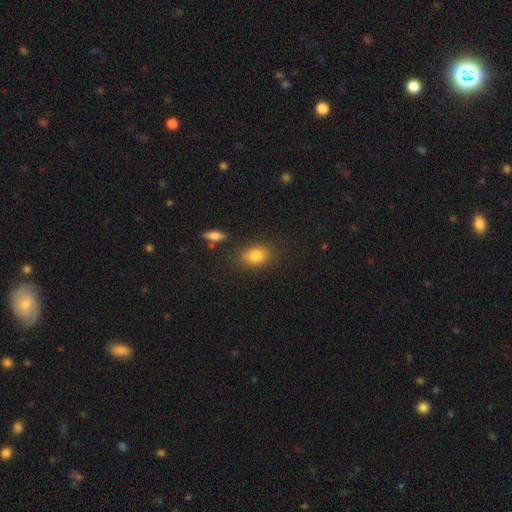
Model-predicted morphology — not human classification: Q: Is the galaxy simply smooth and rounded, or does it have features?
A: smooth — 82%.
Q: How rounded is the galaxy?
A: in between — 67%.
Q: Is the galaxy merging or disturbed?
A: none — 80%.